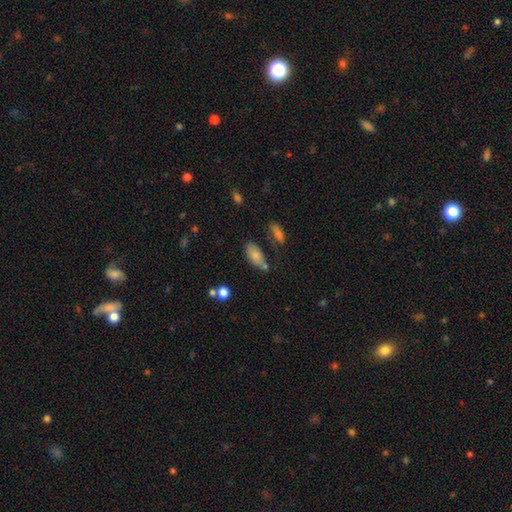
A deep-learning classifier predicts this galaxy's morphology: This is clearly a smooth galaxy (82%). How rounded: clearly in between (86%). Merging: possibly none (56%).